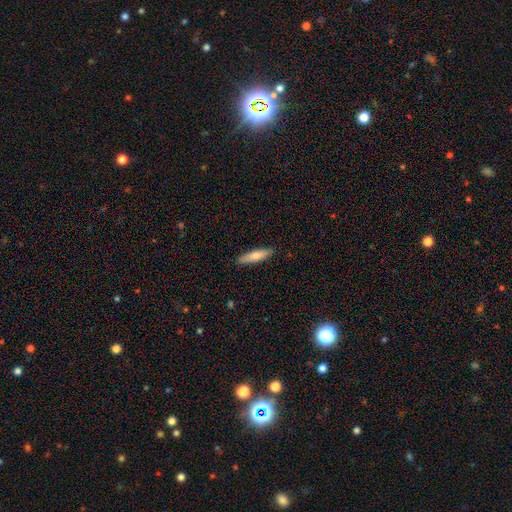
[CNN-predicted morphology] A smooth galaxy with no disk features (74%) that is cigar-shaped (76%). Merging: none (89%).